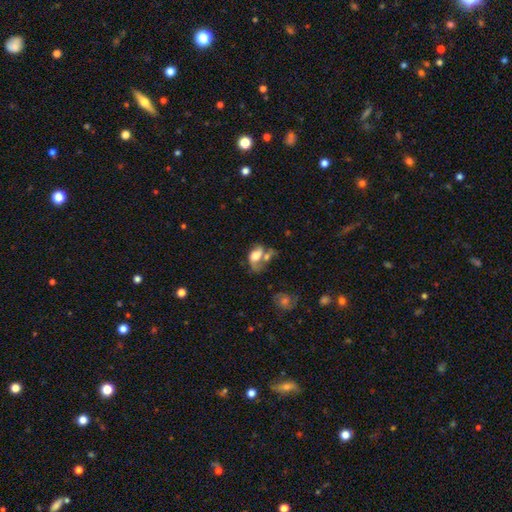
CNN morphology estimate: The model was most divided on "smooth or featured": smooth: 51%, featured or disk: 38%, star or artifact: 11%. Remaining: how rounded — in between (82%); merging — merger (43%).